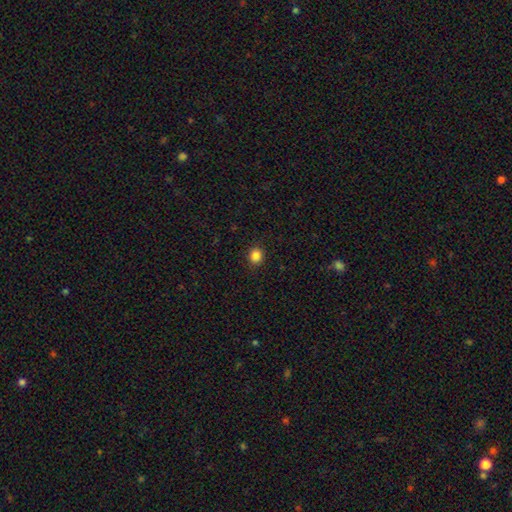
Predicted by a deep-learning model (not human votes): smooth_or_featured: smooth (p=0.85) [alt: star or artifact p=0.11]
how_rounded: round (p=0.79) [alt: in between p=0.20]
merging: none (p=0.91) [alt: minor disturbance p=0.06]